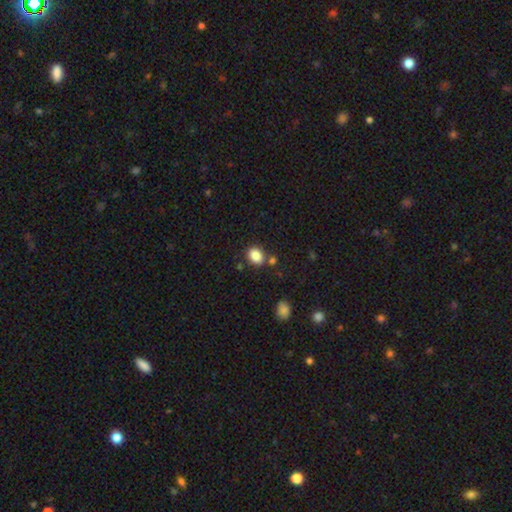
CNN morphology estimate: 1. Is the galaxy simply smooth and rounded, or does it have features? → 85% smooth, 10% star or artifact, 6% featured or disk.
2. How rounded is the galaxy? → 59% in between, 40% round, 1% cigar-shaped.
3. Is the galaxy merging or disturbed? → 77% none, 11% minor disturbance, 10% merger, 3% major disturbance.